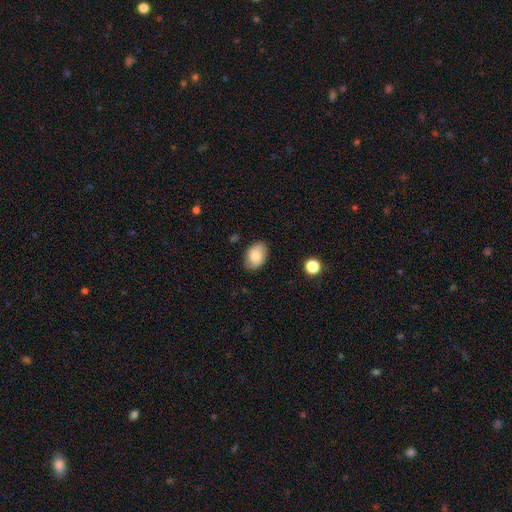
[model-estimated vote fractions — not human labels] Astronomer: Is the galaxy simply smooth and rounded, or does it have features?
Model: smooth — 82%.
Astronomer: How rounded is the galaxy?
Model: in between — 82%.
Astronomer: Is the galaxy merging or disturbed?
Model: none — 83%.